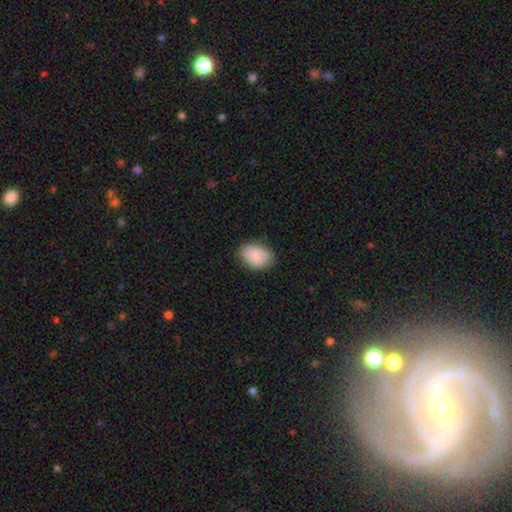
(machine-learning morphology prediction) The model was most divided on "how rounded": in between: 78%, round: 21%, cigar-shaped: 1%. More confident: smooth or featured — smooth (86%); merging — none (80%).